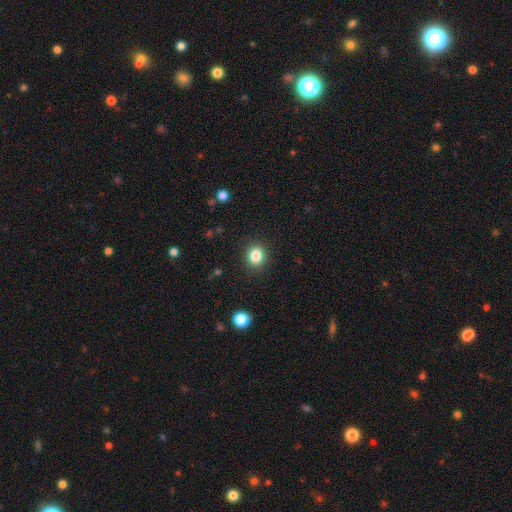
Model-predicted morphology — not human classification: Overall: smooth (85%). How rounded: round (72%). Merging: none (89%).